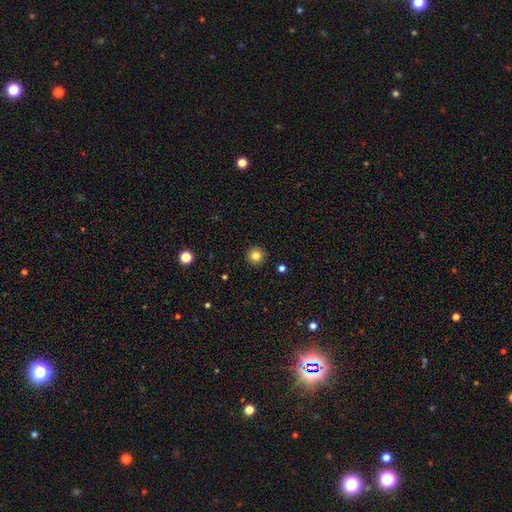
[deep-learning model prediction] Smooth or featured? smooth (82%)
How rounded? round (96%)
Merging? none (93%)